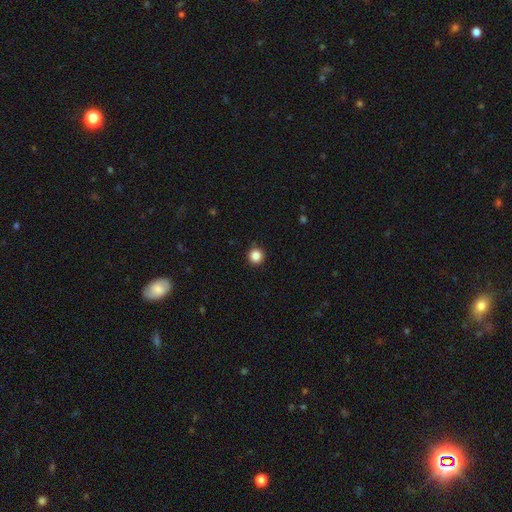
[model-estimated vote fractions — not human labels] A smooth galaxy with no disk features (87%) that is round (96%). Merging: none (92%).